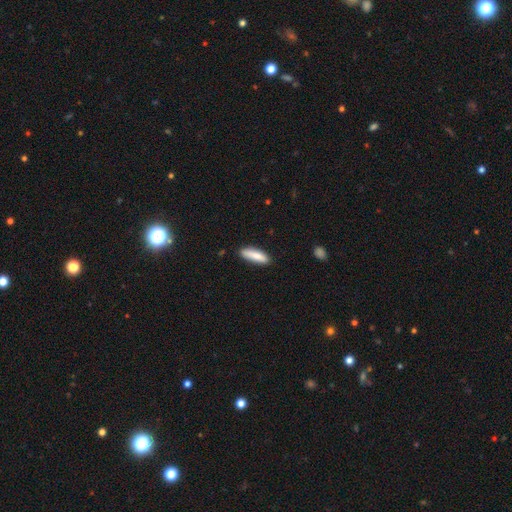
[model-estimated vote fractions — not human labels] The model was most divided on "how rounded": cigar-shaped: 61%, in between: 37%, round: 2%. More confident: merging — none (84%); smooth or featured — smooth (83%).